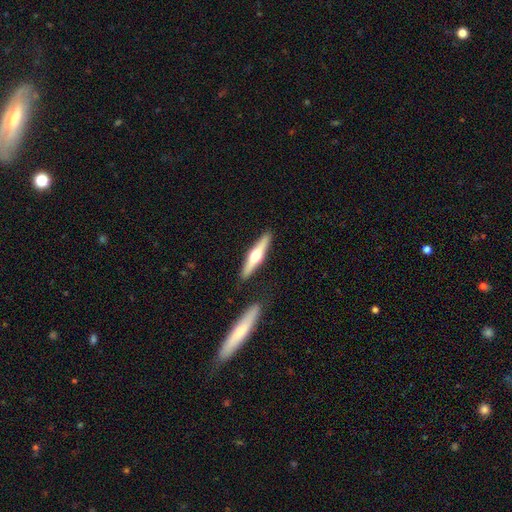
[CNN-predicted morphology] Q: Smooth or featured?
A: featured or disk (61%); runner-up: smooth (34%)
Q: Edge-on disk?
A: yes (96%); runner-up: no (4%)
Q: Edge-on bulge?
A: rounded (95%); runner-up: none (3%)
Q: Merging?
A: none (88%); runner-up: minor disturbance (7%)